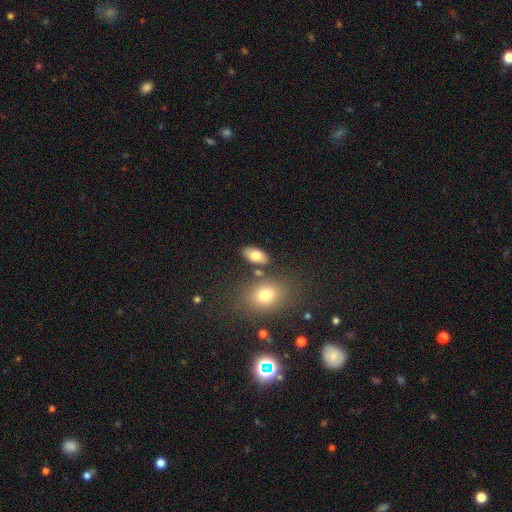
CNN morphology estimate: The model was most divided on "smooth or featured": smooth: 78%, featured or disk: 13%, star or artifact: 9%. More confident: how rounded — in between (90%); merging — none (76%).